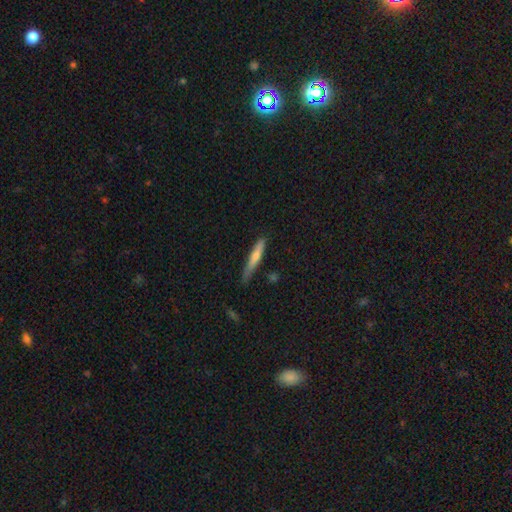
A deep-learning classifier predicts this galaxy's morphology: Smooth or featured: smooth — 55% (featured or disk — 39%)
How rounded: cigar-shaped — 93% (in between — 5%)
Merging: none — 75% (minor disturbance — 20%)